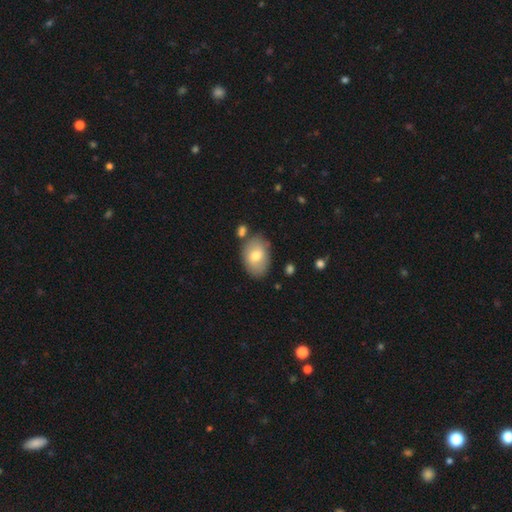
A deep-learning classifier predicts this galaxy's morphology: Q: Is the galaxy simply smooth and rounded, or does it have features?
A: smooth — 74%.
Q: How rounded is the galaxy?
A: in between — 85%.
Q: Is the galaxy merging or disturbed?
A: none — 75%.